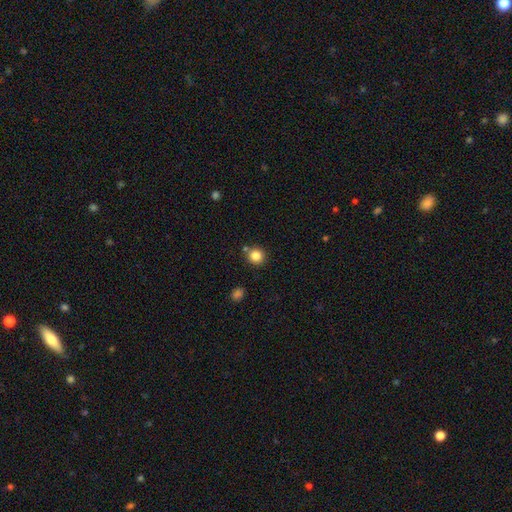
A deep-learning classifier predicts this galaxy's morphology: The model was most divided on "merging": none: 80%, merger: 9%, minor disturbance: 8%, major disturbance: 3%. More confident: how rounded — round (92%); smooth or featured — smooth (84%).